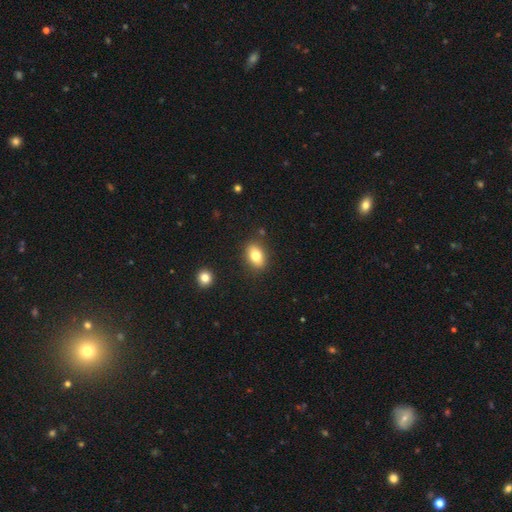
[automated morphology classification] smooth 78%, featured or disk 13%, star or artifact 9%. Down the decision tree: how rounded — in between (77%); merging — none (86%).